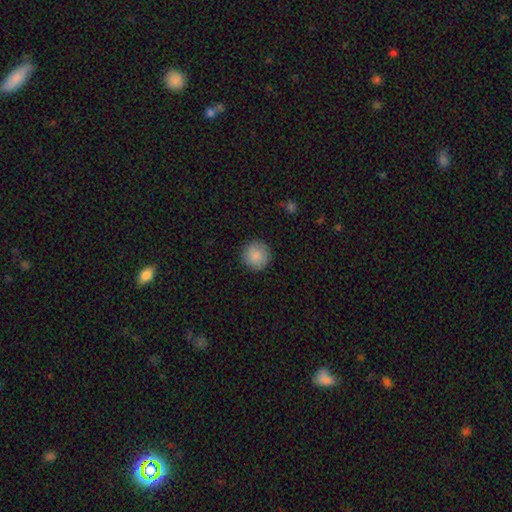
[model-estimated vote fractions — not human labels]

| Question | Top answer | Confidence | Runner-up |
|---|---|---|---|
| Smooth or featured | smooth | 87% | star or artifact (7%) |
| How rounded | round | 95% | in between (4%) |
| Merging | none | 89% | minor disturbance (8%) |